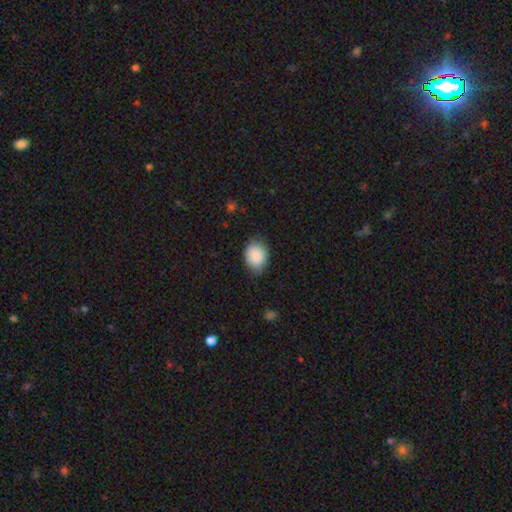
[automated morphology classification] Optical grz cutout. It shows a smooth galaxy with no disk features (89%) that is in between round and cigar-shaped (56%). Merging: none (73%).